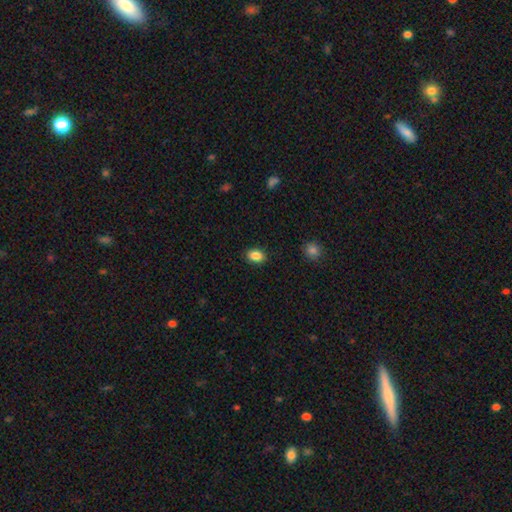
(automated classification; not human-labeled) smooth_or_featured: smooth (p=0.86) [alt: star or artifact p=0.09]
how_rounded: in between (p=0.76) [alt: round p=0.23]
merging: none (p=0.89) [alt: minor disturbance p=0.08]